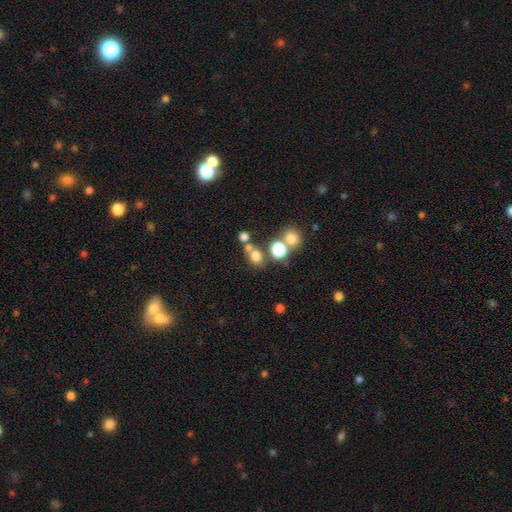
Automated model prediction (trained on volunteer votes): The model was most divided on "merging": none: 54%, merger: 31%, minor disturbance: 10%, major disturbance: 6%. More confident: how rounded — round (71%); smooth or featured — smooth (71%).